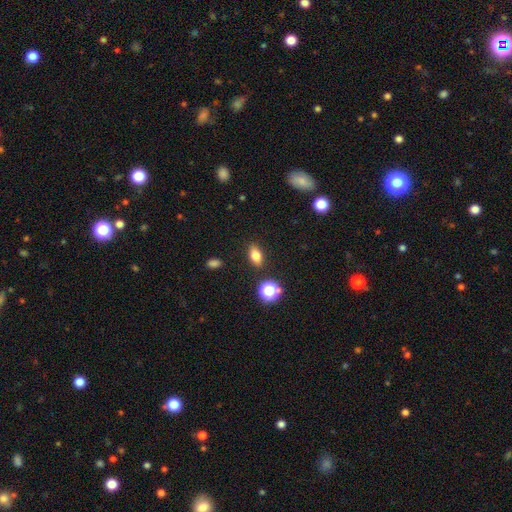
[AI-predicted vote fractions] Smooth or featured? smooth (77%)
How rounded? in between (79%)
Merging? none (86%)